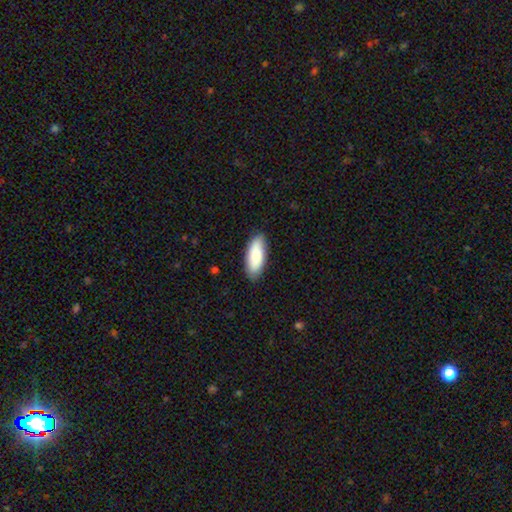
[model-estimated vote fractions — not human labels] This appears to be a smooth galaxy with no disk features (83%) that is in between round and cigar-shaped (78%). Merging: none (86%).